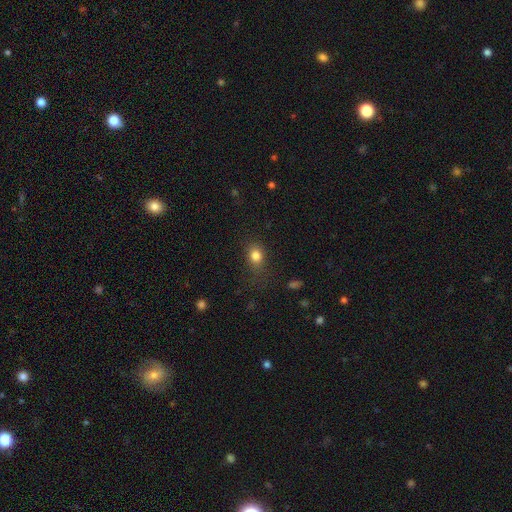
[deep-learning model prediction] smooth_or_featured: smooth (p=0.81) [alt: star or artifact p=0.12]
how_rounded: in between (p=0.49) [tied with: round p=0.49]
merging: none (p=0.73) [alt: minor disturbance p=0.18]